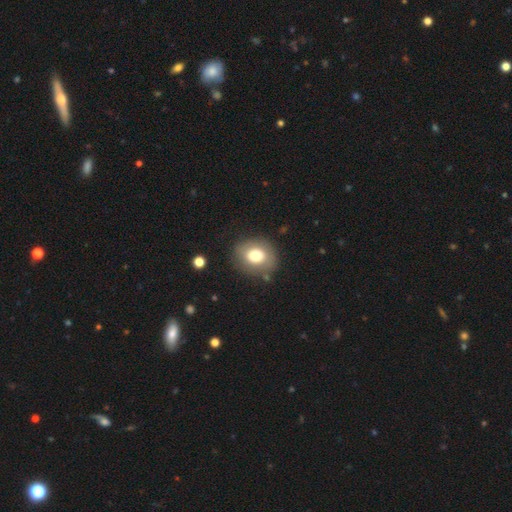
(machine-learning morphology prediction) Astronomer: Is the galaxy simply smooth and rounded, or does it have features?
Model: smooth — 73%.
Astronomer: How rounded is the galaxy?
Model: round — 66%.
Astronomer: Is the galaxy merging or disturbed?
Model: none — 80%.